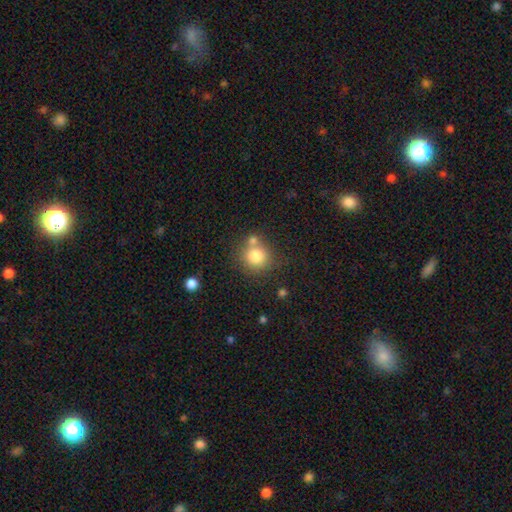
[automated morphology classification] Smooth or featured?
  - smooth: 81% *
  - star or artifact: 11%
  - featured or disk: 9%
How rounded?
  - round: 90% *
  - in between: 9%
  - cigar-shaped: 1%
Merging?
  - none: 62% *
  - merger: 23%
  - minor disturbance: 11%
  - major disturbance: 4%